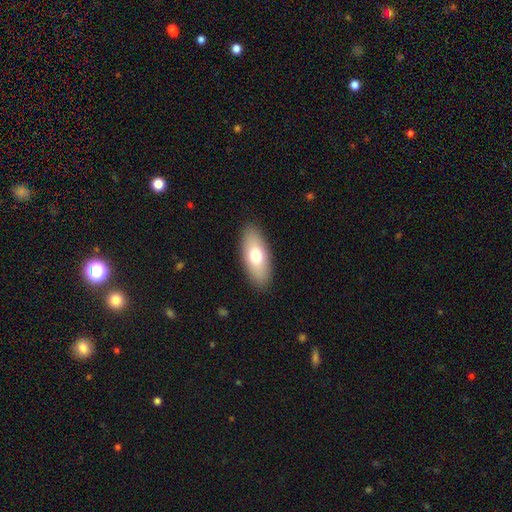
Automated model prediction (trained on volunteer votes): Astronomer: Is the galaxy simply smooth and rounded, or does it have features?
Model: smooth — 70%.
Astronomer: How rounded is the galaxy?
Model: in between — 83%.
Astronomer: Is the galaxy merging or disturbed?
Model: none — 88%.